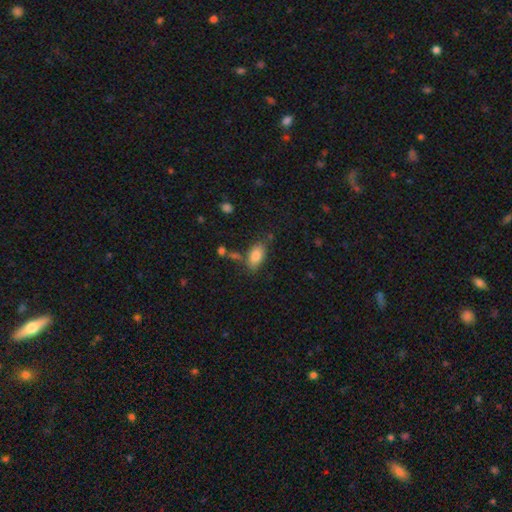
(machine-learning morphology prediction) smooth 82%, featured or disk 10%, star or artifact 8%. Down the decision tree: how rounded — in between (91%); merging — none (71%).